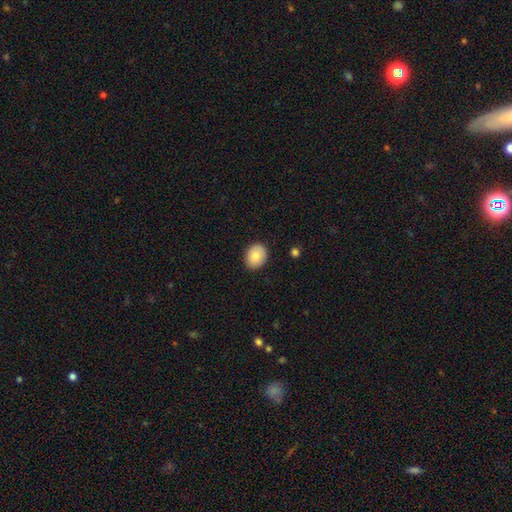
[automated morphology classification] This is clearly a smooth galaxy (84%). How rounded: possibly in between (51%). Merging: clearly none (89%).